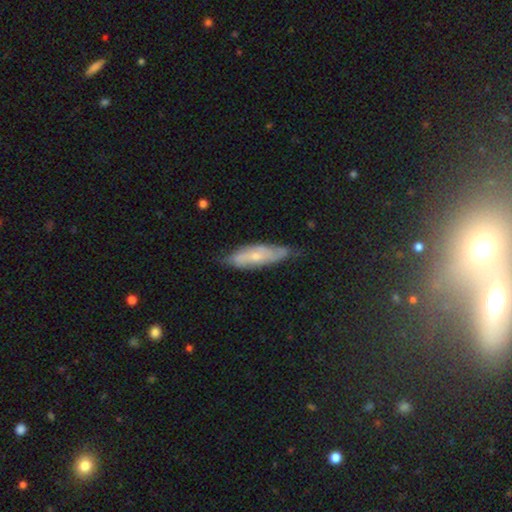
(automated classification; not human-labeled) Overall: featured or disk (53%; smooth 40%). Edge-on disk: no (73%). Merging: none (62%; minor disturbance 30%).